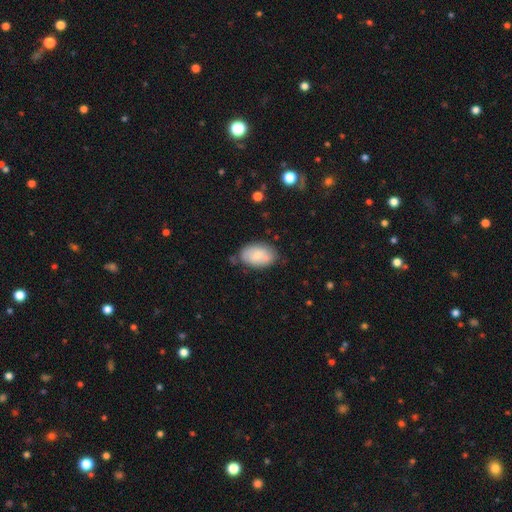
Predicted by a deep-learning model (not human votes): smooth_or_featured: smooth (p=0.79) [alt: featured or disk p=0.15]
how_rounded: in between (p=0.92) [alt: round p=0.06]
merging: none (p=0.72) [alt: minor disturbance p=0.21]